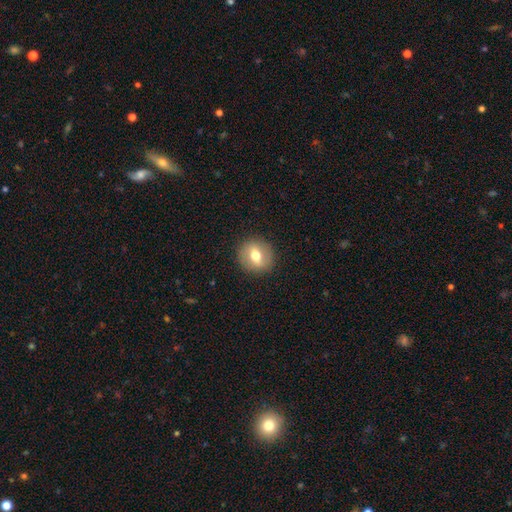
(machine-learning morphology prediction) This is possibly a smooth galaxy (54%). How rounded: clearly round (83%). Merging: clearly none (89%).